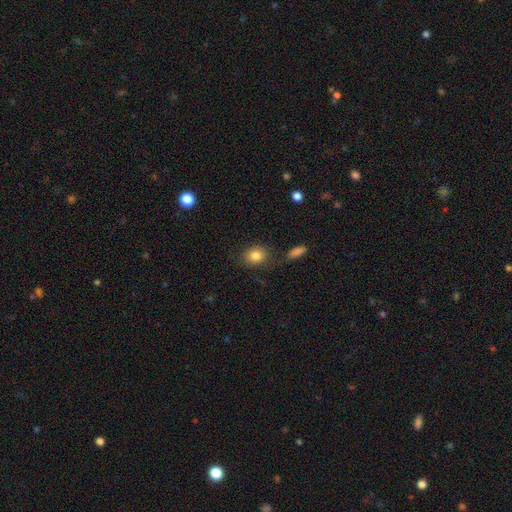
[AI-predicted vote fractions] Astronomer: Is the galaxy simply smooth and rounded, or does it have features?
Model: smooth — 83%.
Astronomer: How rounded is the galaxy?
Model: round — 52% (runner-up: in between, 47%).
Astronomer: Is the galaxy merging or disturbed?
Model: none — 76%.